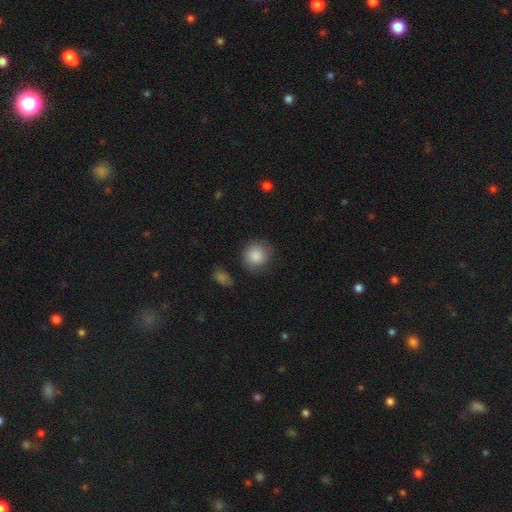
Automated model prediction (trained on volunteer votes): Smooth or featured? smooth (86%)
How rounded? round (90%)
Merging? none (78%)